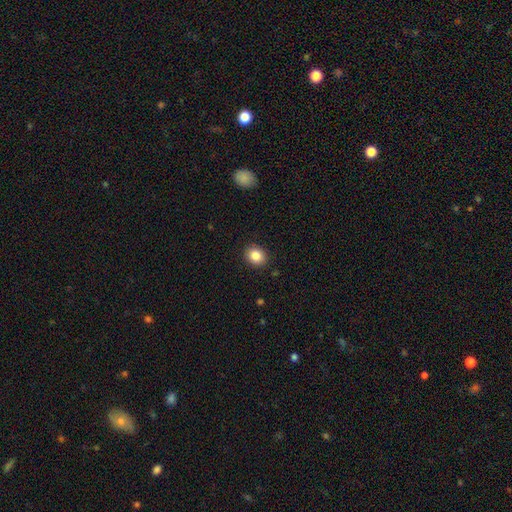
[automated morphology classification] This is clearly a smooth galaxy (85%). How rounded: likely round (64%). Merging: clearly none (90%).